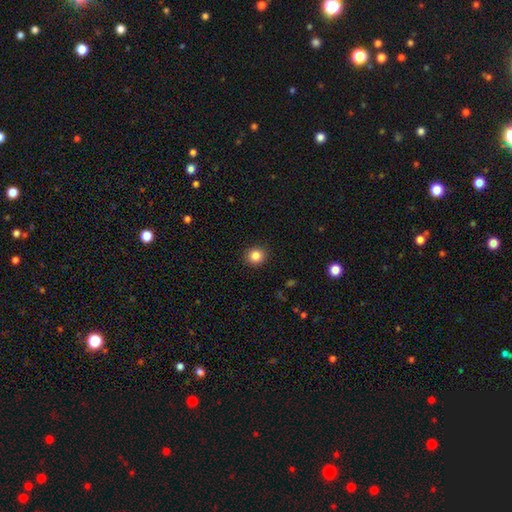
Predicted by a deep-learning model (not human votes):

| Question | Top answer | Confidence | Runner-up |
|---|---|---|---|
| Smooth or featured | smooth | 86% | star or artifact (10%) |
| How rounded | round | 84% | in between (15%) |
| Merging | none | 91% | minor disturbance (6%) |